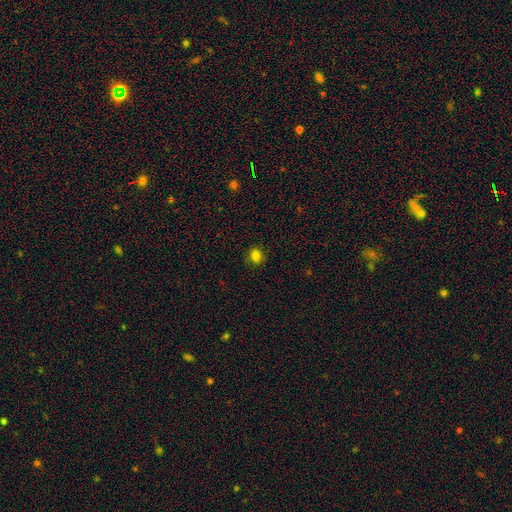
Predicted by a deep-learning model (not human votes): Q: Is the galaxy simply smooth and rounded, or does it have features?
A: smooth — 81%.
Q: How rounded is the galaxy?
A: round — 63%.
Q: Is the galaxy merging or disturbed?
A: none — 87%.